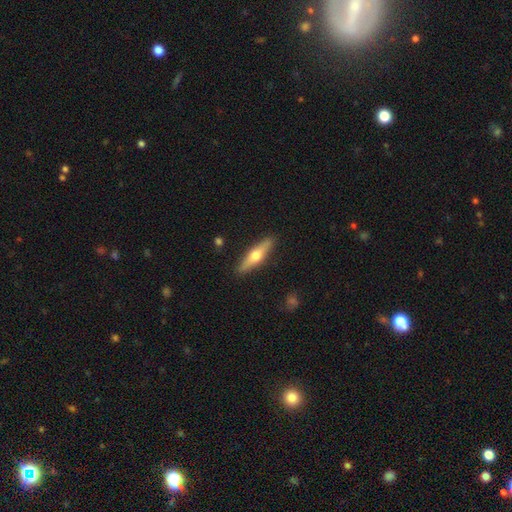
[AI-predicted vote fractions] Smooth or featured: featured or disk — 54% (smooth — 41%)
Edge-on disk: yes — 93% (no — 7%)
Merging: none — 89% (minor disturbance — 8%)